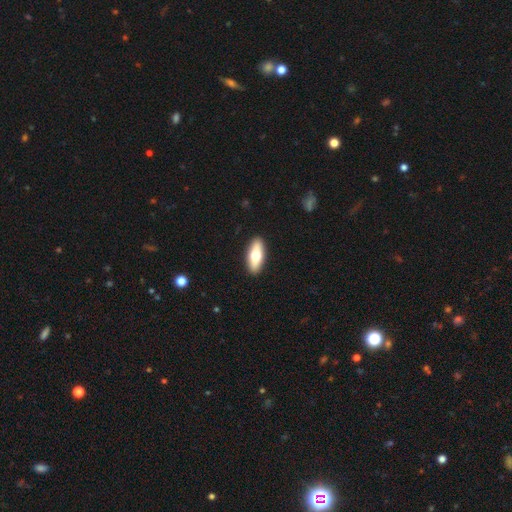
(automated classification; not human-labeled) Smooth or featured: smooth — 64% (featured or disk — 31%)
How rounded: in between — 71% (cigar-shaped — 26%)
Merging: none — 91% (minor disturbance — 7%)